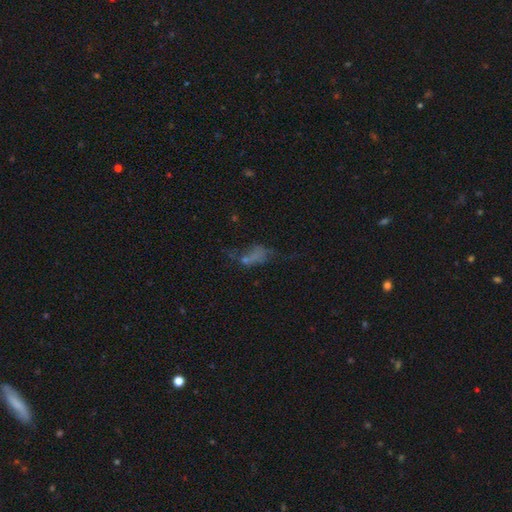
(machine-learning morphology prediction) Smooth or featured?
  - smooth: 38% *
  - star or artifact: 34%
  - featured or disk: 28%
Merging?
  - none: 40% *
  - major disturbance: 31%
  - minor disturbance: 19%
  - merger: 11%